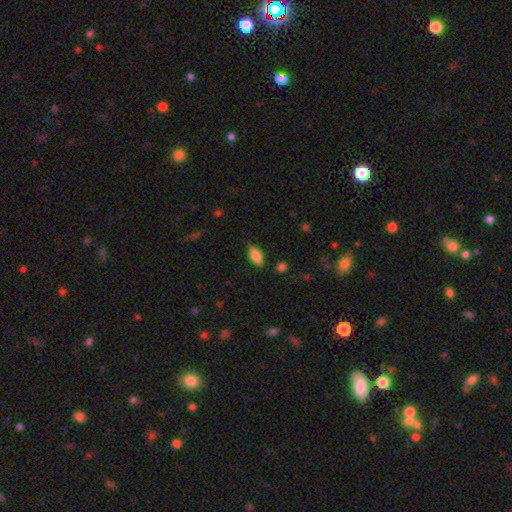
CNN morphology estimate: Smooth or featured? Predicted: smooth (p=0.80). How rounded? Predicted: in between (p=0.88). Merging? Predicted: none (p=0.81).